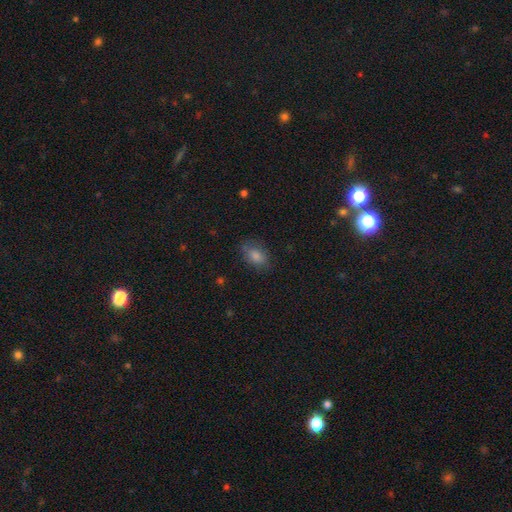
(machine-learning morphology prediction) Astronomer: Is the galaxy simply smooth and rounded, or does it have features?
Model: smooth — 74%.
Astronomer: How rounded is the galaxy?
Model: in between — 83%.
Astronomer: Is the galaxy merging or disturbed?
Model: none — 76%.